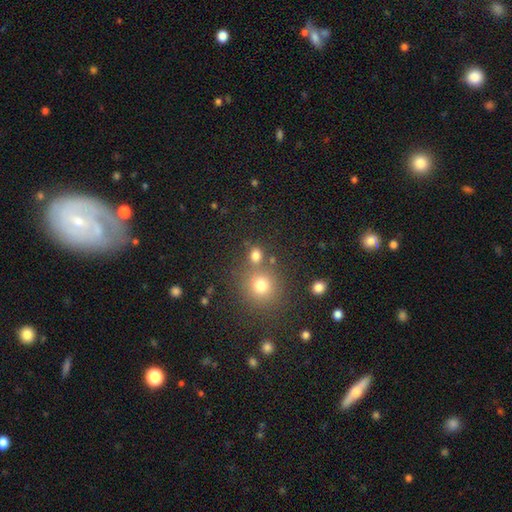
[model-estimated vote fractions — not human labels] smooth 75%, star or artifact 18%, featured or disk 7%. Down the decision tree: how rounded — round (75%); merging — none (67%).